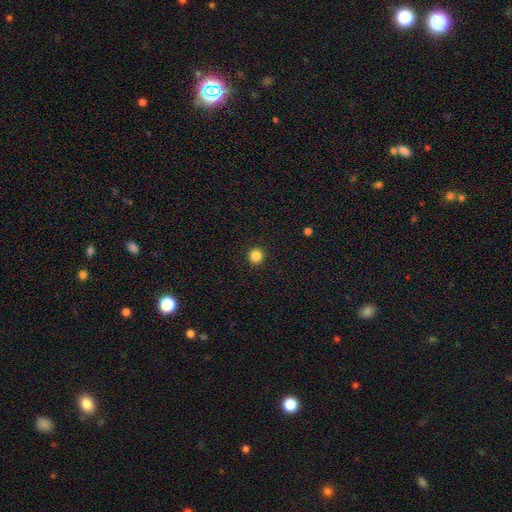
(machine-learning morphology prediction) Smooth or featured? Predicted: smooth (p=0.85). How rounded? Predicted: round (p=0.95). Merging? Predicted: none (p=0.94).